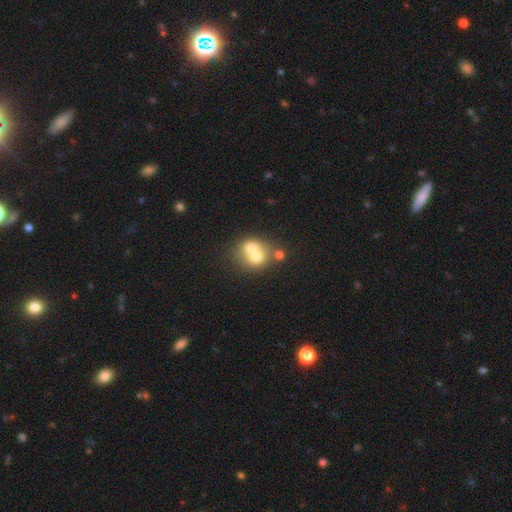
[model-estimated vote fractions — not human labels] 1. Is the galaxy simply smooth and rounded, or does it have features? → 64% smooth, 25% featured or disk, 11% star or artifact.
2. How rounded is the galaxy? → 70% round, 29% in between, 1% cigar-shaped.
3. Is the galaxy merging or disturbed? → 67% merger, 25% none, 6% minor disturbance, 3% major disturbance.